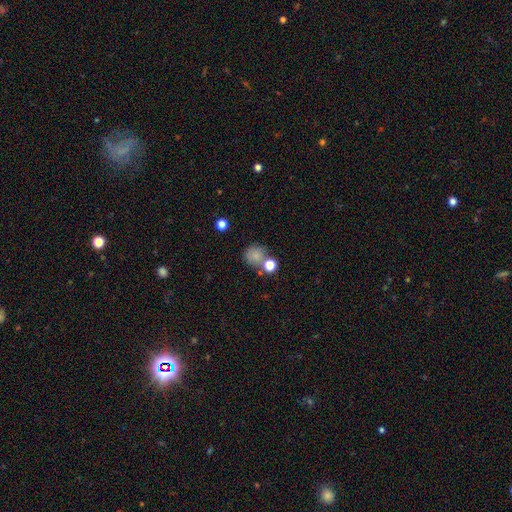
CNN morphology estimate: Q: Smooth or featured?
A: smooth (78%); runner-up: star or artifact (13%)
Q: How rounded?
A: round (85%); runner-up: in between (14%)
Q: Merging?
A: none (59%); runner-up: merger (22%)